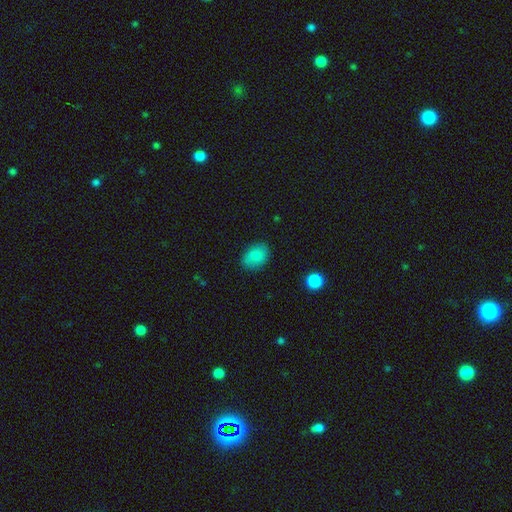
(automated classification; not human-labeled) Morphology: type=smooth (83%); roundness=in between (72%); merging=none (82%).